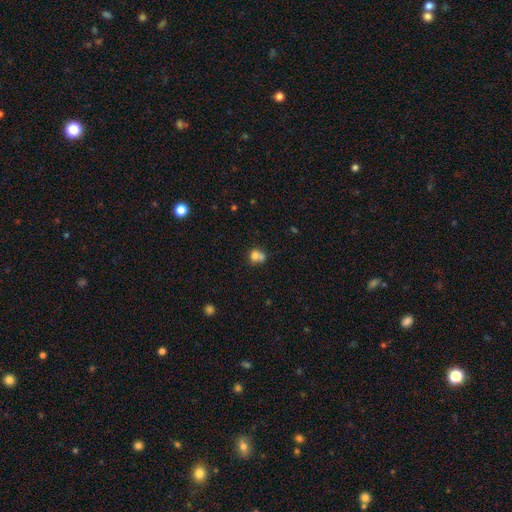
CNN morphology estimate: smooth 73%, featured or disk 15%, star or artifact 12%. Down the decision tree: how rounded — round (72%); merging — merger (52%).